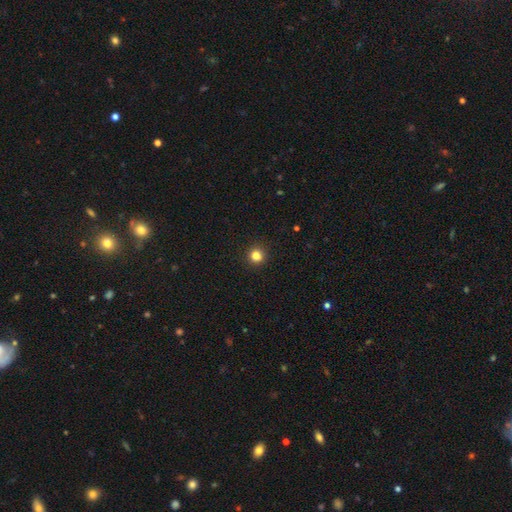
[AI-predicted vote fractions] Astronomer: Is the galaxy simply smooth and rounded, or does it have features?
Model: smooth — 83%.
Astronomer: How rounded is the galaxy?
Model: round — 93%.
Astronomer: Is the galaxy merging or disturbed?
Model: none — 93%.